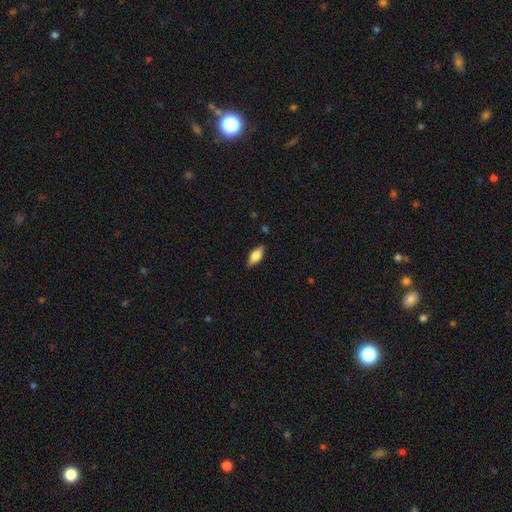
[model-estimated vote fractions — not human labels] smooth-or-featured: smooth: 73% | featured or disk: 20% | star or artifact: 7%
  how-rounded: in between: 81% | cigar-shaped: 16% | round: 3%
  merging: none: 86% | minor disturbance: 11% | major disturbance: 2% | merger: 1%